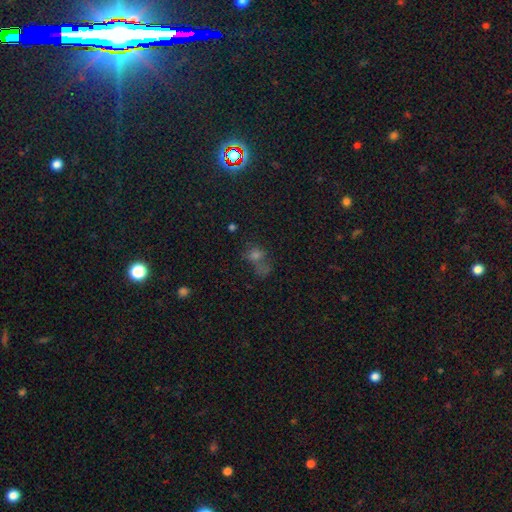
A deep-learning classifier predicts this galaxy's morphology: Smooth or featured?
  - star or artifact: 44% *
  - smooth: 40%
  - featured or disk: 16%